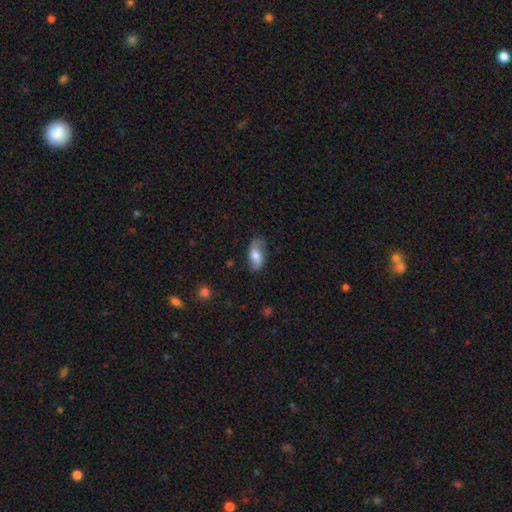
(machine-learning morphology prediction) Smooth or featured?
  - smooth: 56% *
  - featured or disk: 37%
  - star or artifact: 7%
How rounded?
  - in between: 90% *
  - cigar-shaped: 6%
  - round: 5%
Merging?
  - none: 70% *
  - minor disturbance: 22%
  - major disturbance: 6%
  - merger: 2%